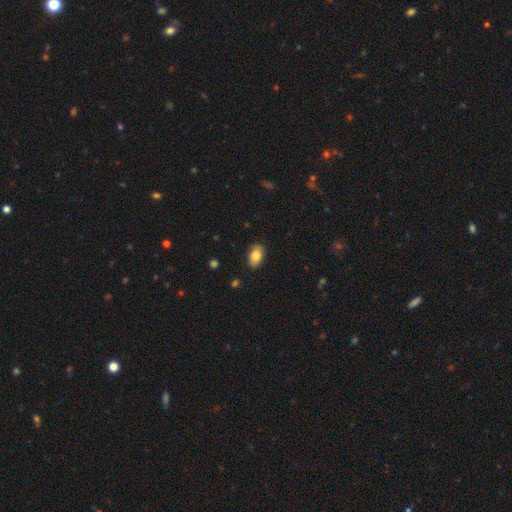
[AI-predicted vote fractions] Overall: smooth (83%). How rounded: in between (92%). Merging: none (88%).